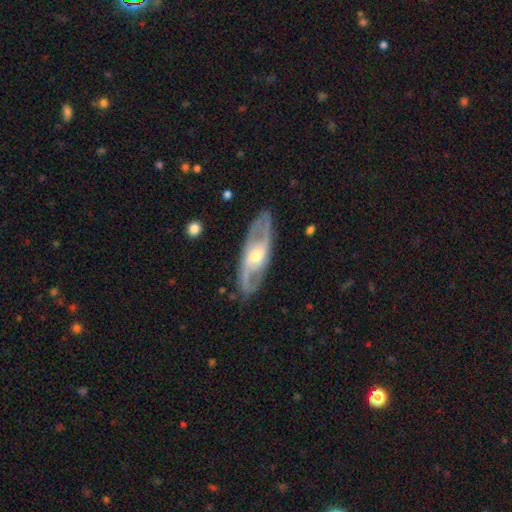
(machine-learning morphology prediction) type=featured or disk (82%); edge-on=no (84%); bar=no (48%); spiral arms=yes (87%); winding=medium (48%); arm count=2 (77%); bulge=moderate (62%); merging=none (83%).